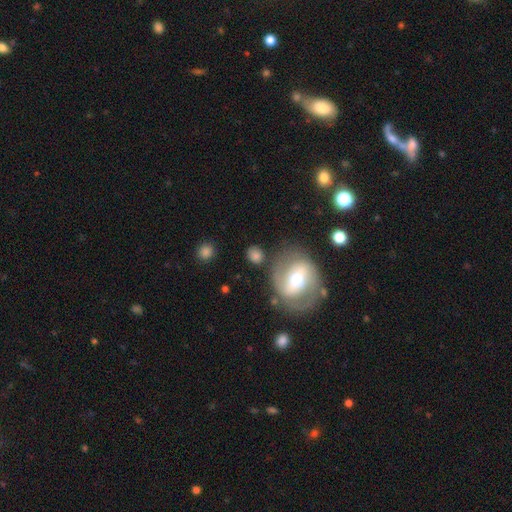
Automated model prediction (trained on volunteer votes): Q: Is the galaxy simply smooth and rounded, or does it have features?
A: smooth — 70%.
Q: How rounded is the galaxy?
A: round — 74%.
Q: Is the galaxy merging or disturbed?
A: none — 74%.